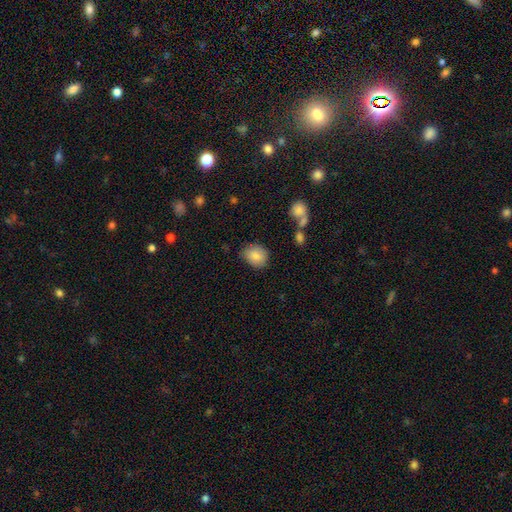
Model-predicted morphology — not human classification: Smooth or featured? Predicted: smooth (p=0.84). How rounded? Predicted: round (p=0.50). Merging? Predicted: none (p=0.75).